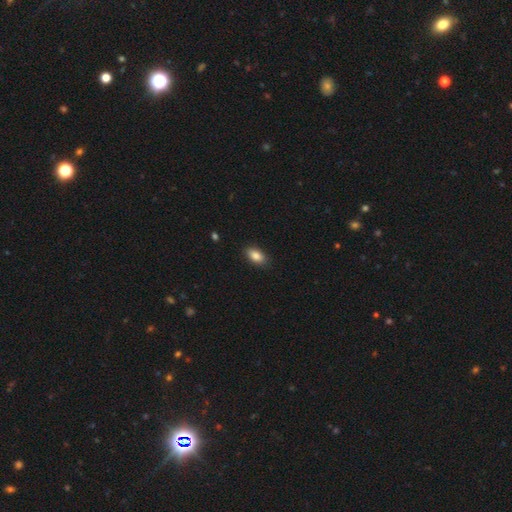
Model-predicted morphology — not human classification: A smooth galaxy with no disk features (87%) that is in between round and cigar-shaped (91%). Merging: none (87%).